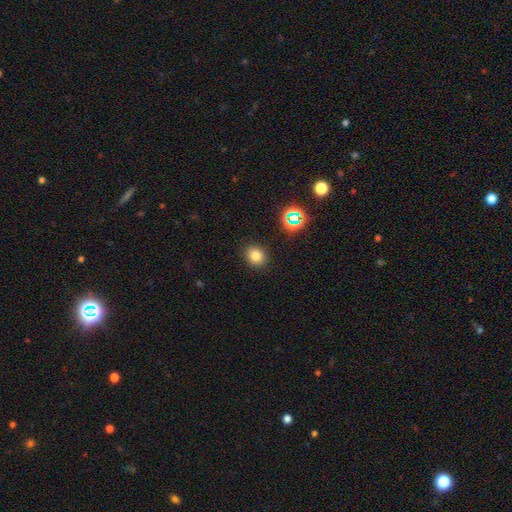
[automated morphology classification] Overall: smooth (77%). How rounded: round (71%). Merging: none (88%).